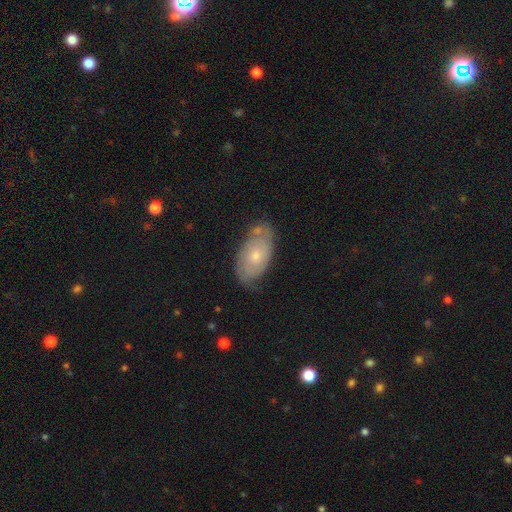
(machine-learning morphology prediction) A featured or disk galaxy (60%) with no bar (80%), spiral arms (80%) and a small central bulge (62%). Merging: none (64%).